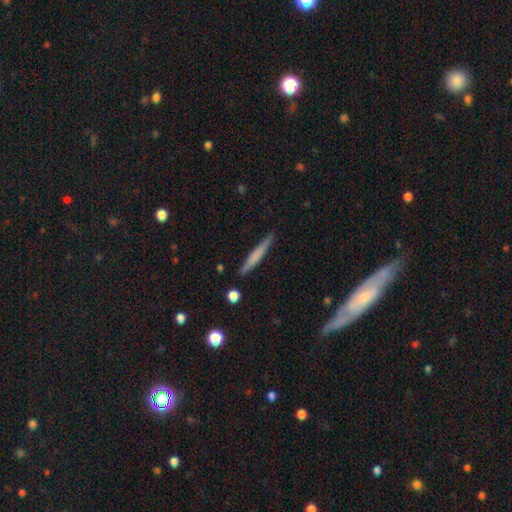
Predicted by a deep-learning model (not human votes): Smooth or featured: smooth — 58% (featured or disk — 36%)
How rounded: cigar-shaped — 96% (in between — 3%)
Merging: none — 88% (minor disturbance — 9%)